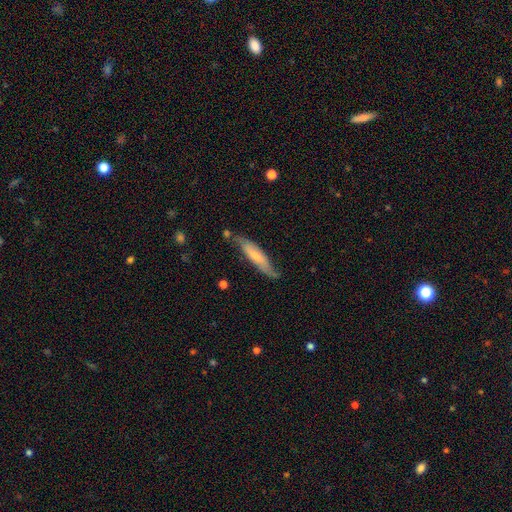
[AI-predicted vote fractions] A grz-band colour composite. It shows a smooth galaxy with no disk features (52%) that is cigar-shaped (82%). Merging: none (67%).